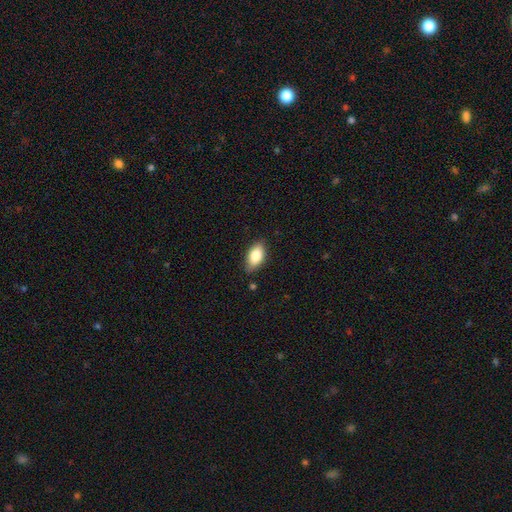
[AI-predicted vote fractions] Q: Smooth or featured?
A: smooth (79%); runner-up: featured or disk (14%)
Q: How rounded?
A: in between (90%); runner-up: round (5%)
Q: Merging?
A: none (81%); runner-up: minor disturbance (15%)